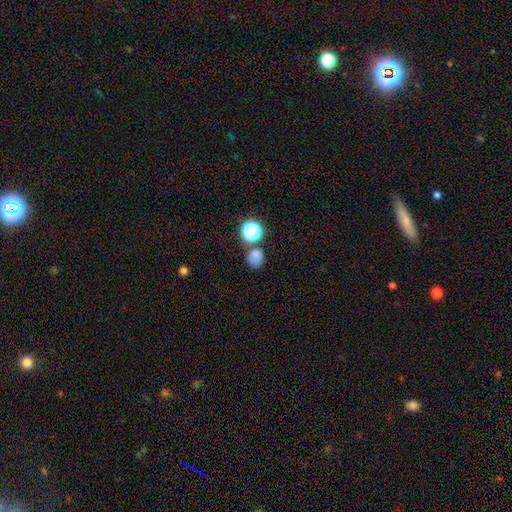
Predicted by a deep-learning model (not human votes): smooth-or-featured: smooth: 73% | star or artifact: 20% | featured or disk: 7%
  how-rounded: round: 79% | in between: 20% | cigar-shaped: 1%
  merging: none: 65% | merger: 18% | minor disturbance: 12% | major disturbance: 5%